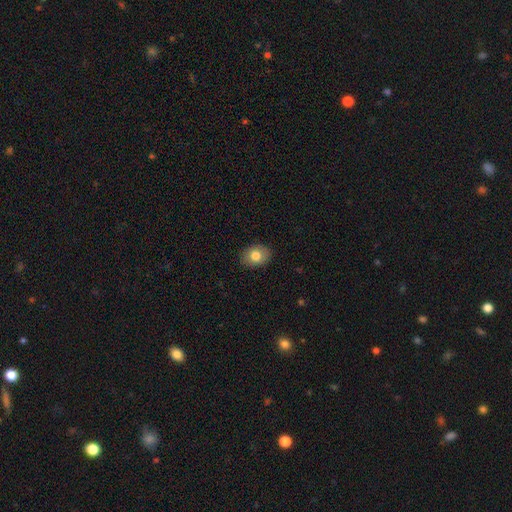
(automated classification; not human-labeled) smooth_or_featured: smooth (p=0.79) [alt: featured or disk p=0.13]
how_rounded: in between (p=0.67) [alt: round p=0.32]
merging: none (p=0.87) [alt: minor disturbance p=0.10]